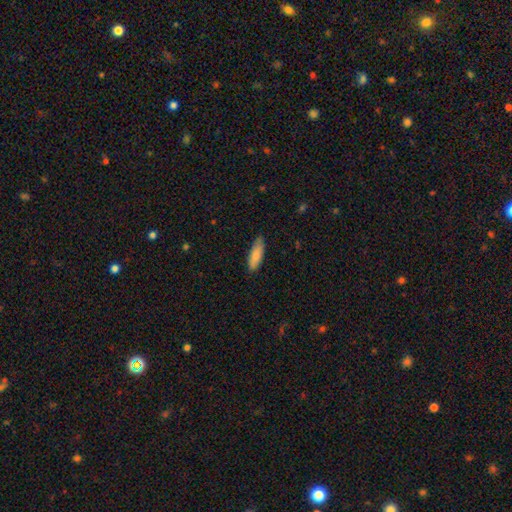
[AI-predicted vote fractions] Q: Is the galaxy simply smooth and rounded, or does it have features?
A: smooth — 83%.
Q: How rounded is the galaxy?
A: cigar-shaped — 50%.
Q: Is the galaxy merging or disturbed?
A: none — 84%.